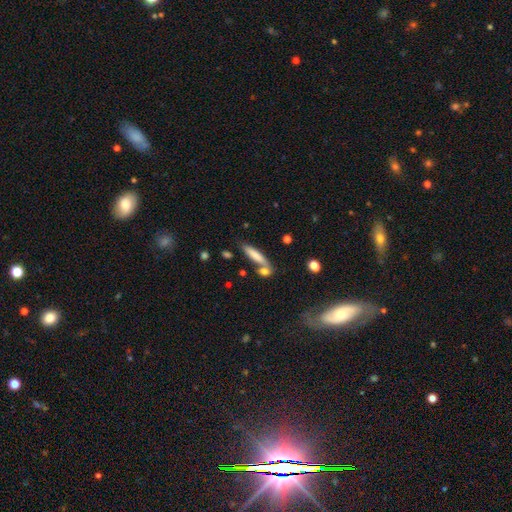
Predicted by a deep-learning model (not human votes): Smooth or featured?
  - smooth: 74% *
  - featured or disk: 19%
  - star or artifact: 7%
How rounded?
  - cigar-shaped: 81% *
  - in between: 18%
  - round: 2%
Merging?
  - none: 63% *
  - merger: 19%
  - minor disturbance: 13%
  - major disturbance: 4%